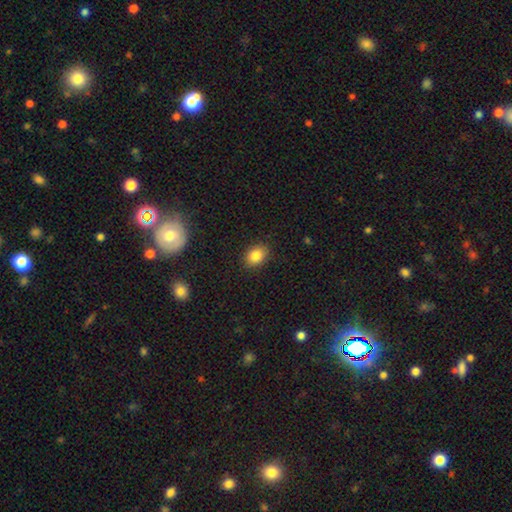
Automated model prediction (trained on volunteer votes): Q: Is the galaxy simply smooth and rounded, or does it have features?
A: smooth — 85%.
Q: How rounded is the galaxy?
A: in between — 67%.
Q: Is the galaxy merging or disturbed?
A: none — 87%.